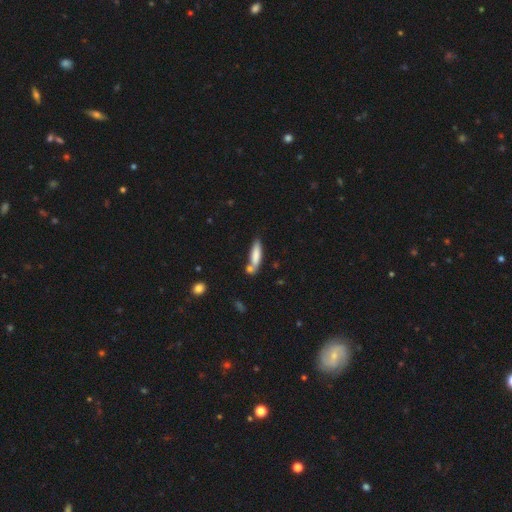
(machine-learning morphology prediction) Overall: smooth (79%). How rounded: cigar-shaped (72%). Merging: none (59%; merger 22%).